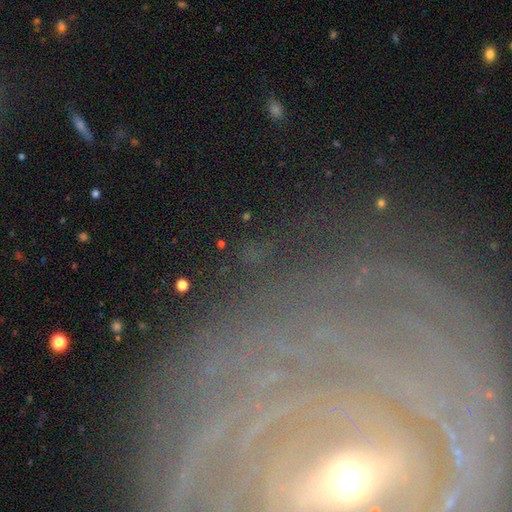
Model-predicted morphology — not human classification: star or artifact 44%, featured or disk 35%, smooth 20%.